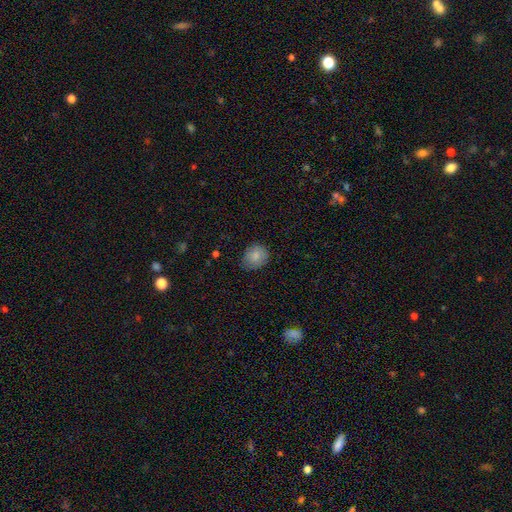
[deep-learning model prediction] This appears to be a smooth galaxy with no disk features (83%) that is round (63%). Merging: none (74%).